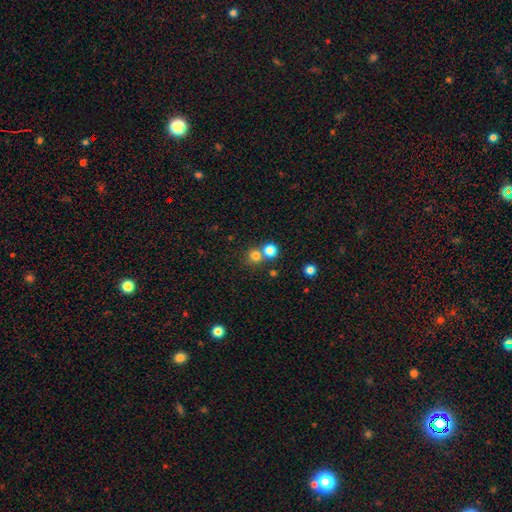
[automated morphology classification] Q: Smooth or featured?
A: smooth (76%); runner-up: star or artifact (16%)
Q: How rounded?
A: round (90%); runner-up: in between (9%)
Q: Merging?
A: none (60%); runner-up: merger (31%)